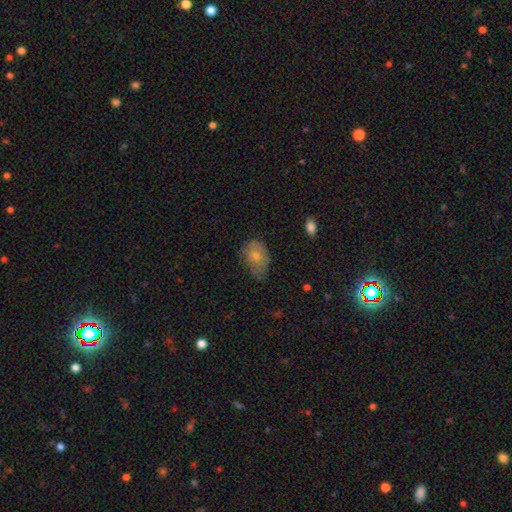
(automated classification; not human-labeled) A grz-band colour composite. It shows a smooth galaxy with no disk features (62%) that is in between round and cigar-shaped (74%). Merging: none (55%).